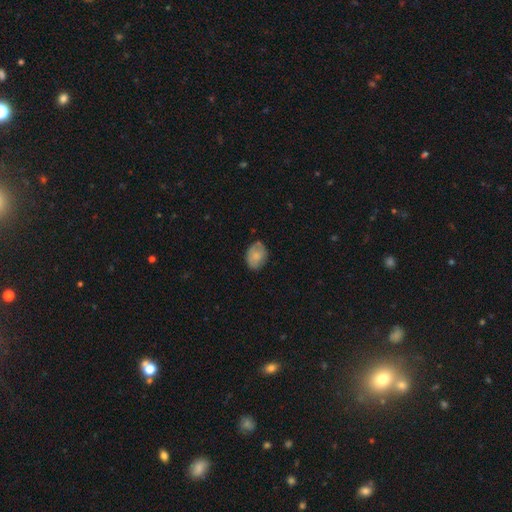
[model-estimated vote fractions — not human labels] Smooth or featured: smooth — 75% (featured or disk — 18%)
How rounded: in between — 73% (round — 26%)
Merging: none — 72% (minor disturbance — 22%)